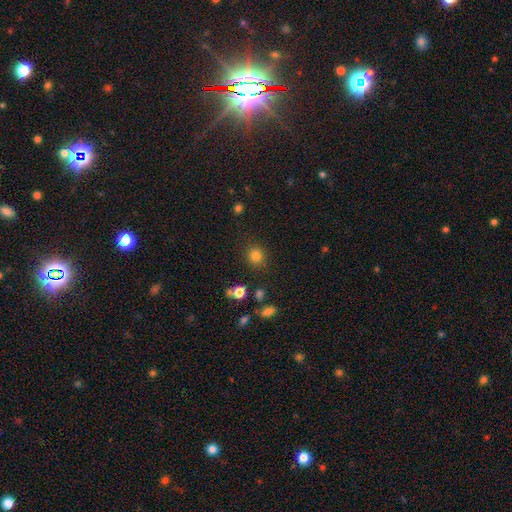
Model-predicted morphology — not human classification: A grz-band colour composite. It shows a smooth galaxy with no disk features (82%) that is round (86%). Merging: none (87%).